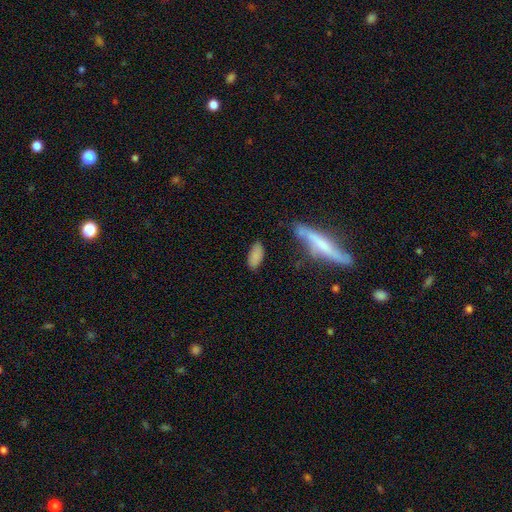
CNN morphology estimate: Smooth or featured? smooth (84%)
How rounded? in between (84%)
Merging? none (75%)